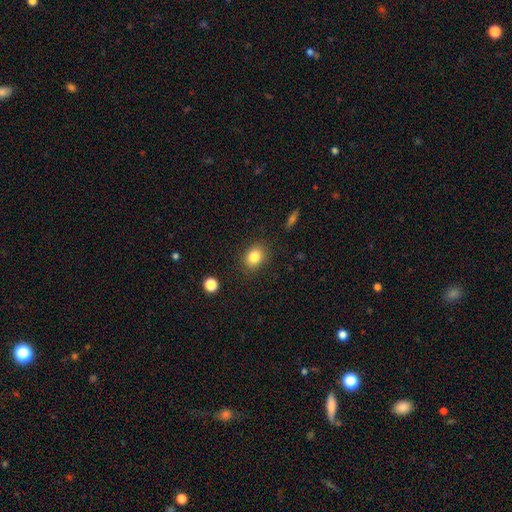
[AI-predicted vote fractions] Smooth or featured? smooth (83%)
How rounded? in between (50%)
Merging? none (85%)